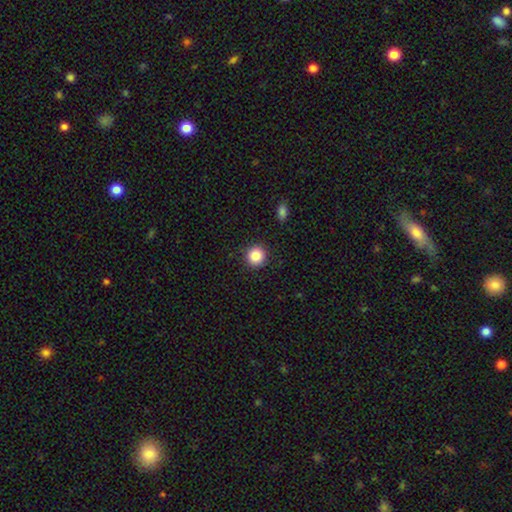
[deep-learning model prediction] smooth-or-featured: smooth: 86% | star or artifact: 10% | featured or disk: 5%
  how-rounded: round: 93% | in between: 6% | cigar-shaped: 1%
  merging: none: 91% | minor disturbance: 6% | major disturbance: 2% | merger: 1%